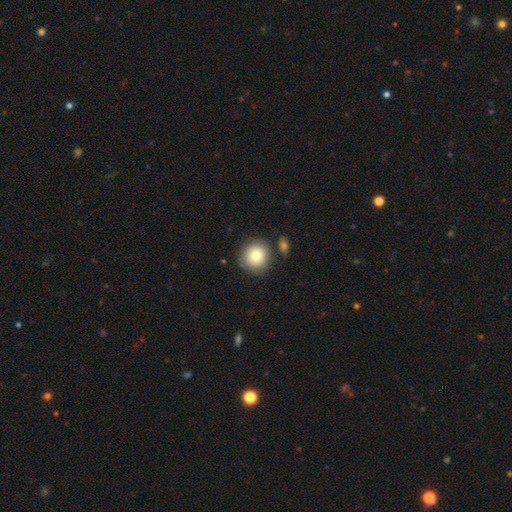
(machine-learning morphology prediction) smooth-or-featured: smooth: 82% | featured or disk: 10% | star or artifact: 8%
  how-rounded: round: 91% | in between: 8% | cigar-shaped: 1%
  merging: none: 76% | minor disturbance: 14% | merger: 7% | major disturbance: 4%